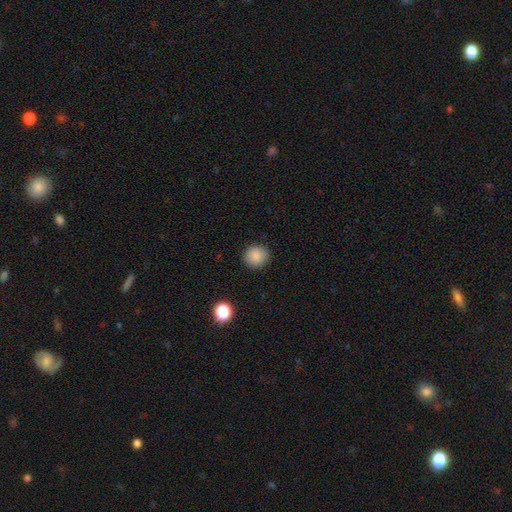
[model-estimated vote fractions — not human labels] Q: Smooth or featured?
A: smooth (87%); runner-up: star or artifact (9%)
Q: How rounded?
A: round (91%); runner-up: in between (8%)
Q: Merging?
A: none (90%); runner-up: minor disturbance (6%)